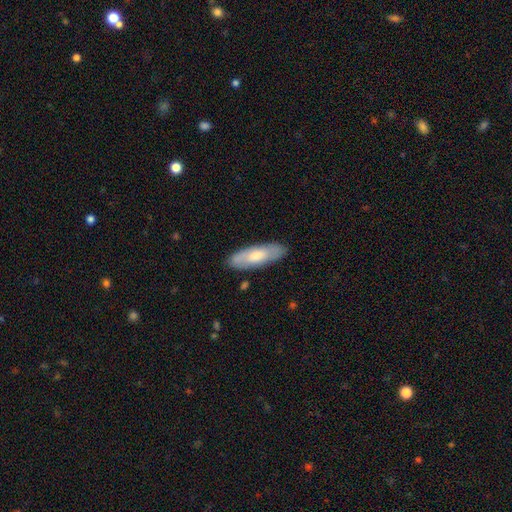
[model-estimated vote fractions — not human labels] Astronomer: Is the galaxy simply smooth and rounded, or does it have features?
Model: smooth — 66%.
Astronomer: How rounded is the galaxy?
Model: in between — 59% (runner-up: cigar-shaped, 39%).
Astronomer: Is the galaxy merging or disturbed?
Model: none — 84%.